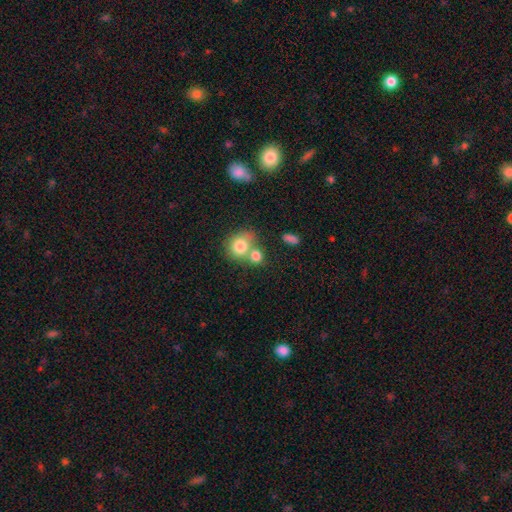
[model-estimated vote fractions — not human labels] This appears to be a smooth galaxy with no disk features (79%) that is round (67%). Merging: merger (50%).